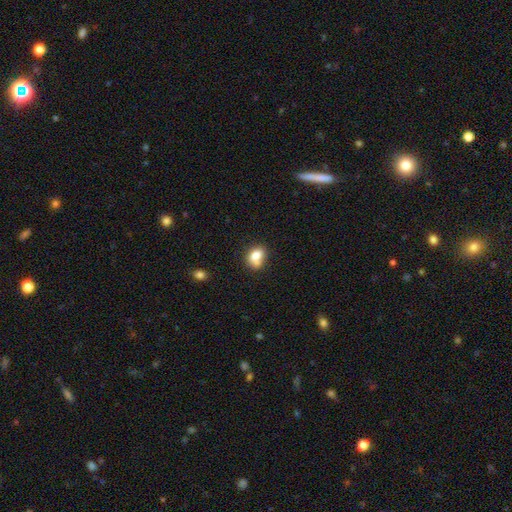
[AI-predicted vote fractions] Q: Smooth or featured?
A: smooth (77%); runner-up: featured or disk (14%)
Q: How rounded?
A: in between (62%); runner-up: round (37%)
Q: Merging?
A: none (43%); runner-up: merger (30%)